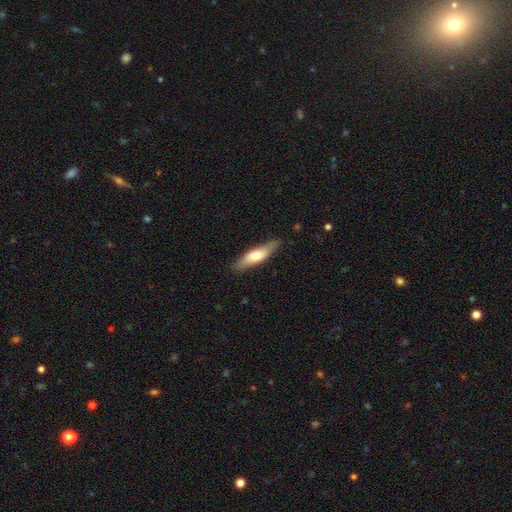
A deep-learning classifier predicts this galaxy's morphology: This is likely a smooth galaxy (60%). How rounded: likely cigar-shaped (63%). Merging: clearly none (81%).